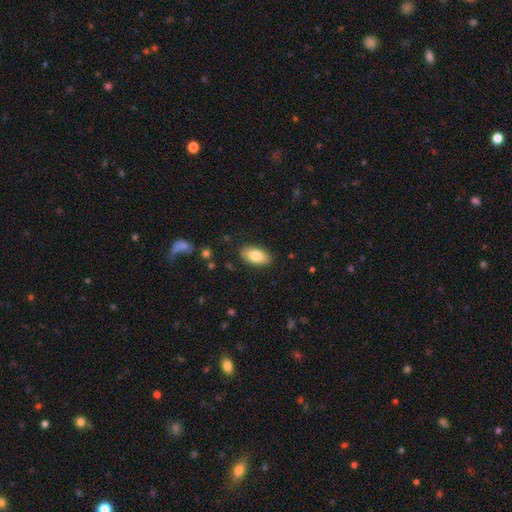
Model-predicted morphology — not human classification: This is likely a smooth galaxy (80%). How rounded: clearly in between (92%). Merging: clearly none (87%).